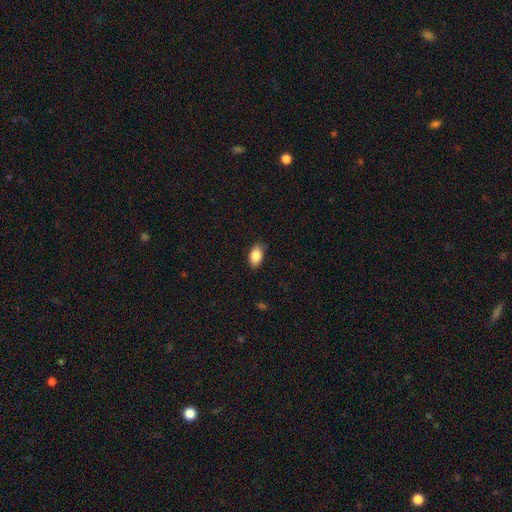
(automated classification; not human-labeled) This is clearly a smooth galaxy (86%). How rounded: clearly in between (90%). Merging: likely none (79%).